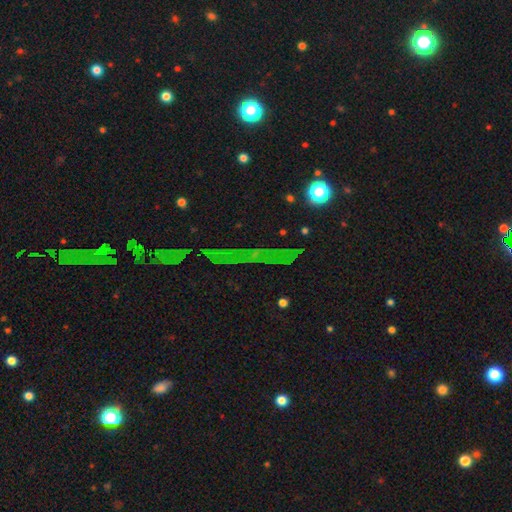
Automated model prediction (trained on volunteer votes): Smooth or featured? star or artifact (72%)